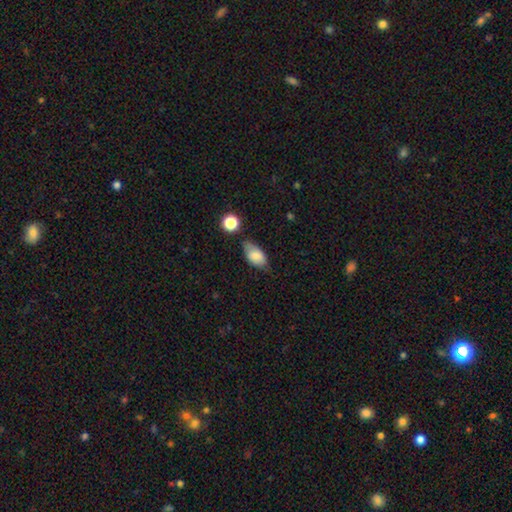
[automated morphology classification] Smooth or featured? smooth (79%)
How rounded? in between (90%)
Merging? none (60%)